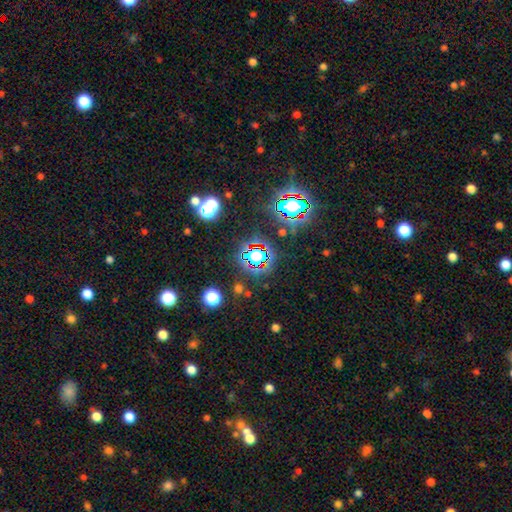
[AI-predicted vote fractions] Smooth or featured? Predicted: star or artifact (p=0.68).